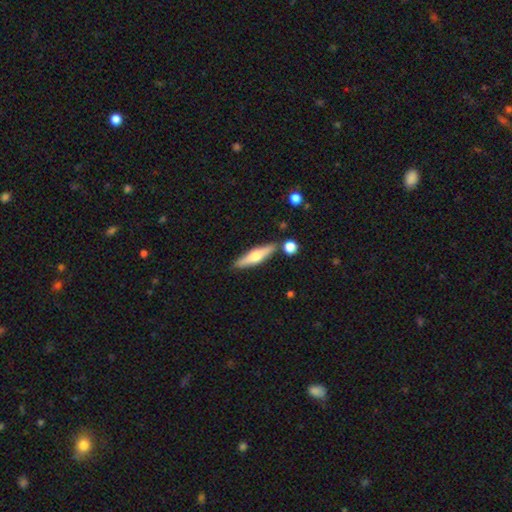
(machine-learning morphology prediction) Smooth or featured? featured or disk (49%)
Merging? none (81%)